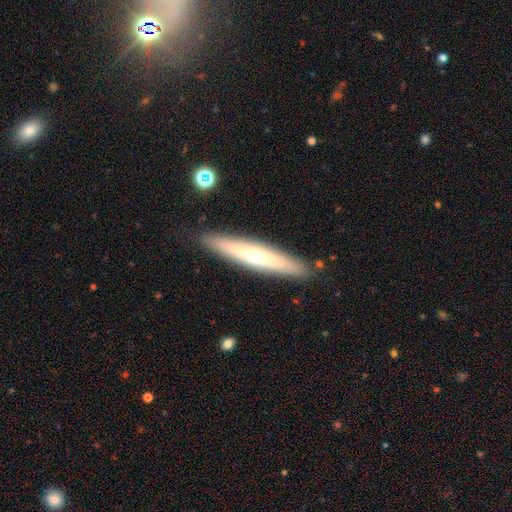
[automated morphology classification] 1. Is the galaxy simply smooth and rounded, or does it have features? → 52% smooth, 42% featured or disk, 6% star or artifact.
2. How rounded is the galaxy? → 91% cigar-shaped, 8% in between, 1% round.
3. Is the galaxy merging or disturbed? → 89% none, 8% minor disturbance, 2% major disturbance, 1% merger.